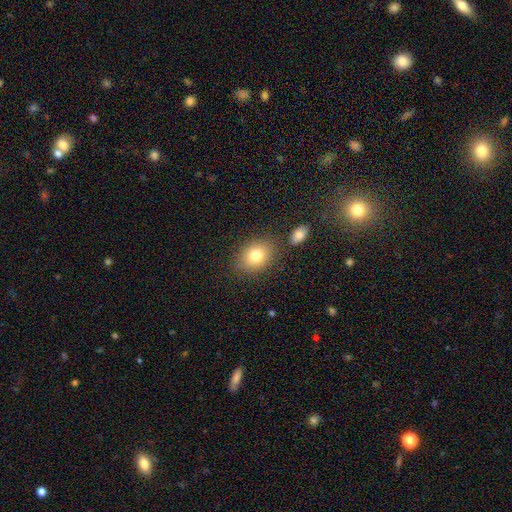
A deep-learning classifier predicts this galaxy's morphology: The model was most divided on "how rounded": in between: 59%, round: 40%, cigar-shaped: 1%. More confident: smooth or featured — smooth (79%); merging — none (77%).